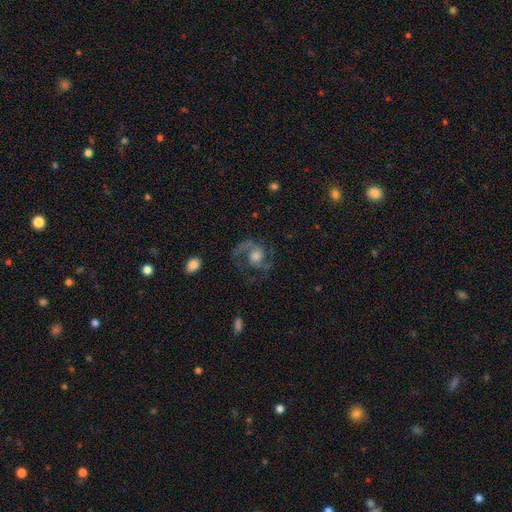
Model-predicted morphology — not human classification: A featured or disk galaxy (82%) with no bar (65%), 2 (76%) medium (54%) spiral arms (95%) and a moderate central bulge (48%). Merging: none (63%).